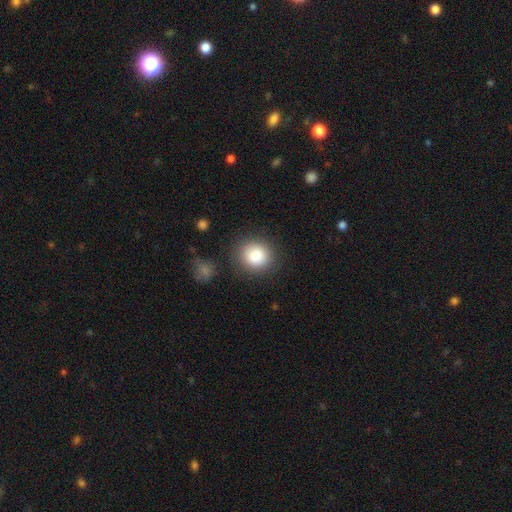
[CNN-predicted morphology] A smooth galaxy with no disk features (87%) that is round (87%). Merging: none (84%).